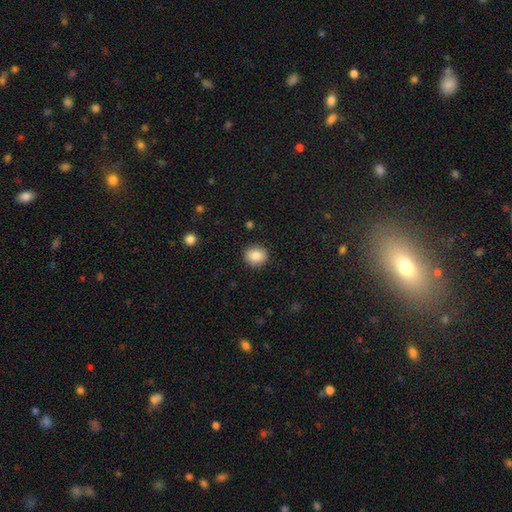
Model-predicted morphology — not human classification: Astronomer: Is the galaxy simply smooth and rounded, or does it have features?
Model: smooth — 85%.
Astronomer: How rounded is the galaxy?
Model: round — 80%.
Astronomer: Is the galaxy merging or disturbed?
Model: none — 90%.